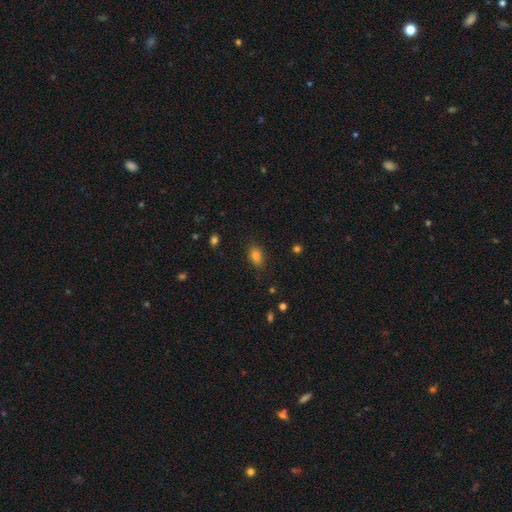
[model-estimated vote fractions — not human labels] The model was most divided on "how rounded": in between: 81%, round: 18%, cigar-shaped: 2%. More confident: merging — none (85%); smooth or featured — smooth (82%).